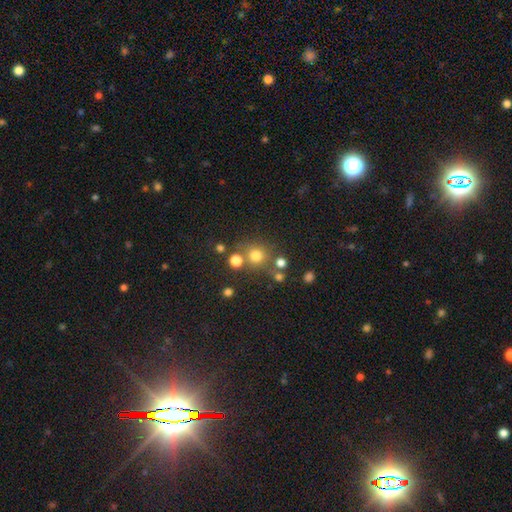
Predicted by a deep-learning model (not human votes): smooth_or_featured: smooth (p=0.74) [alt: star or artifact p=0.18]
how_rounded: round (p=0.89) [alt: in between p=0.10]
merging: none (p=0.70) [alt: merger p=0.15]